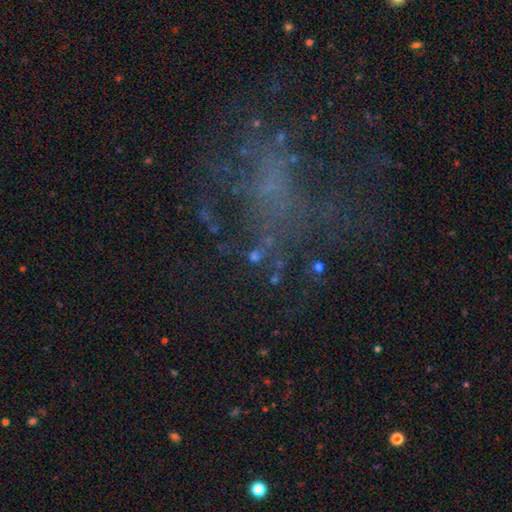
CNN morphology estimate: A star or artifact, not a galaxy (48%).